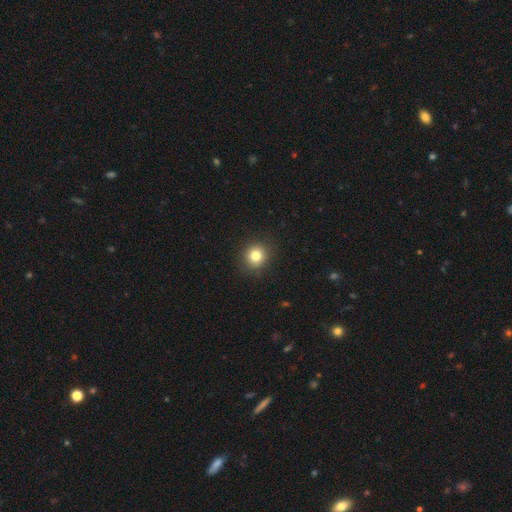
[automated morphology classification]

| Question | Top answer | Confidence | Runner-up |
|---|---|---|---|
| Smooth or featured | smooth | 81% | star or artifact (12%) |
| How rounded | round | 89% | in between (10%) |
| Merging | none | 89% | minor disturbance (7%) |